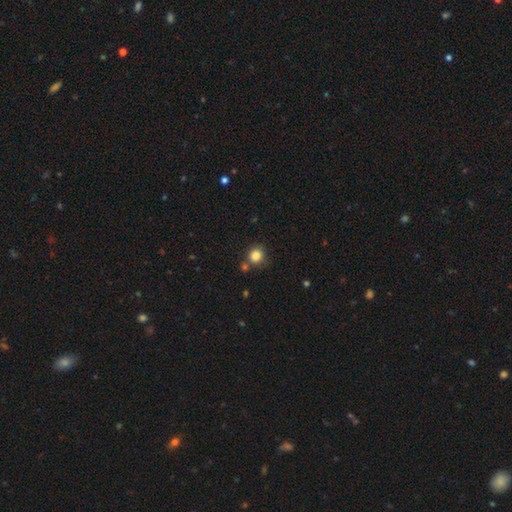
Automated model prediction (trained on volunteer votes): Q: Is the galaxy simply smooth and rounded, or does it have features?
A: smooth — 84%.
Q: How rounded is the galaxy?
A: round — 87%.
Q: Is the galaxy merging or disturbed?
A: none — 74%.